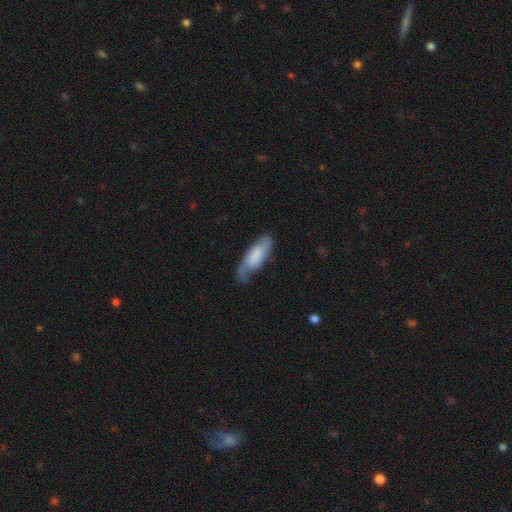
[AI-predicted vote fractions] This is likely a smooth galaxy (60%). How rounded: likely in between (70%). Merging: possibly none (56%).